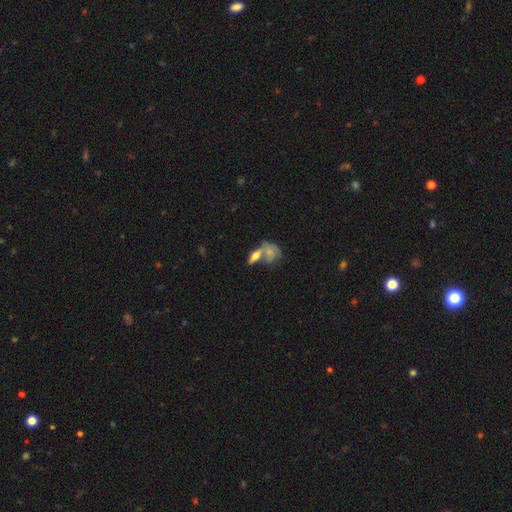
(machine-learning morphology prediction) The model was most divided on "merging": merger: 43%, none: 40%, minor disturbance: 11%, major disturbance: 6%. More confident: how rounded — in between (63%); smooth or featured — smooth (57%).